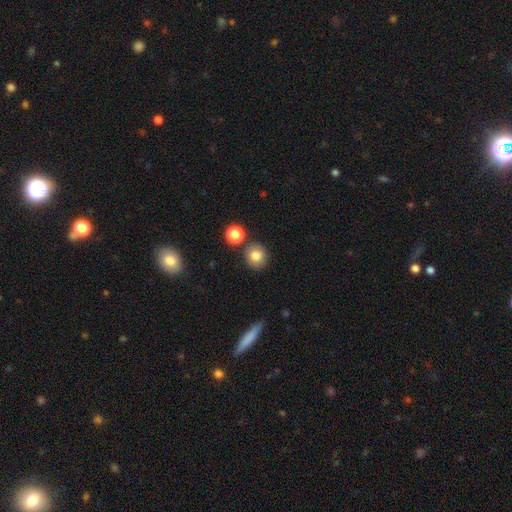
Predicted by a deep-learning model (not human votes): This is clearly a smooth galaxy (81%). How rounded: clearly round (85%). Merging: clearly none (82%).